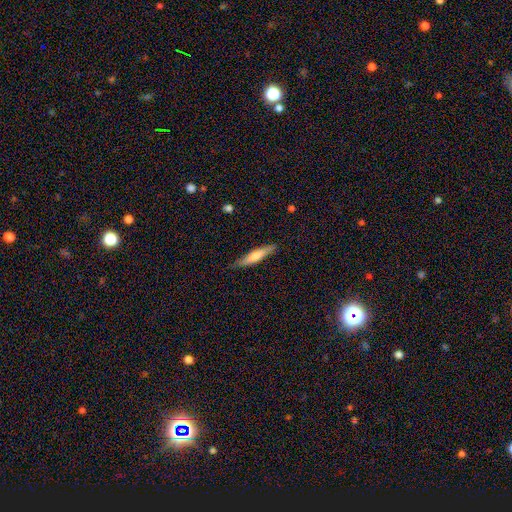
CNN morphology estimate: Smooth or featured?
  - smooth: 55% *
  - featured or disk: 39%
  - star or artifact: 6%
How rounded?
  - cigar-shaped: 88% *
  - in between: 10%
  - round: 1%
Merging?
  - none: 85% *
  - minor disturbance: 12%
  - major disturbance: 2%
  - merger: 1%